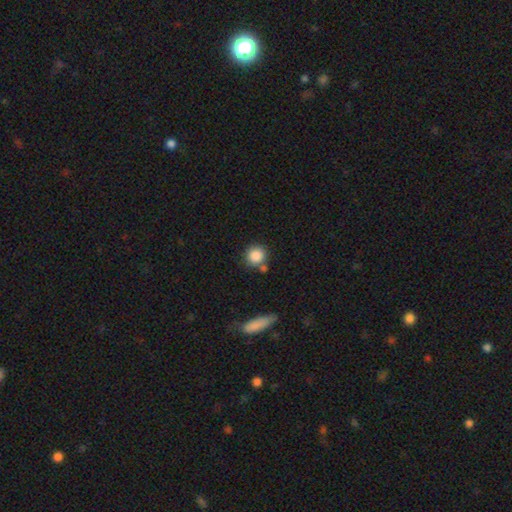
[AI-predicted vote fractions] smooth 87%, star or artifact 9%, featured or disk 5%. Down the decision tree: how rounded — round (89%); merging — none (70%).